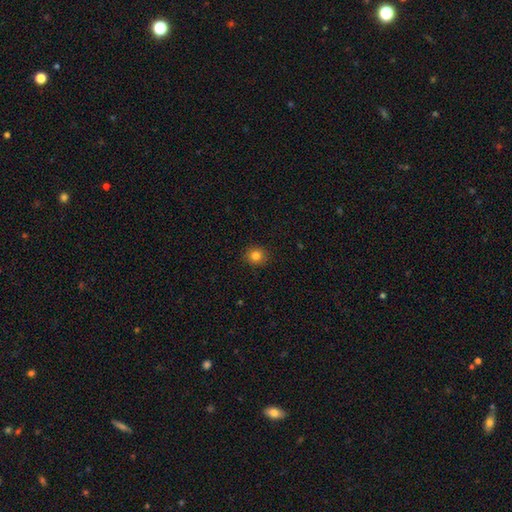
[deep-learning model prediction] Smooth or featured?
  - smooth: 83% *
  - star or artifact: 12%
  - featured or disk: 5%
How rounded?
  - round: 88% *
  - in between: 11%
  - cigar-shaped: 1%
Merging?
  - none: 91% *
  - minor disturbance: 6%
  - major disturbance: 2%
  - merger: 1%